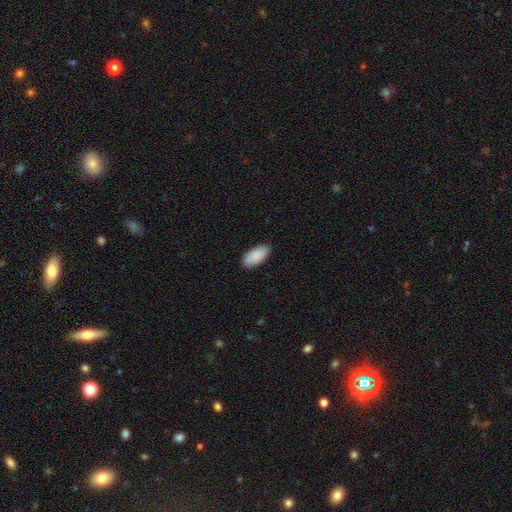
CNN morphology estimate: Smooth or featured? smooth (90%)
How rounded? in between (93%)
Merging? none (87%)